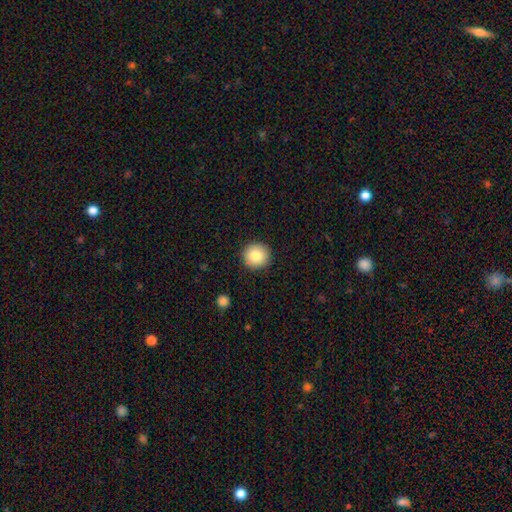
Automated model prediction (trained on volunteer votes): Q: Smooth or featured?
A: smooth (83%); runner-up: featured or disk (9%)
Q: How rounded?
A: round (94%); runner-up: in between (6%)
Q: Merging?
A: none (91%); runner-up: minor disturbance (6%)